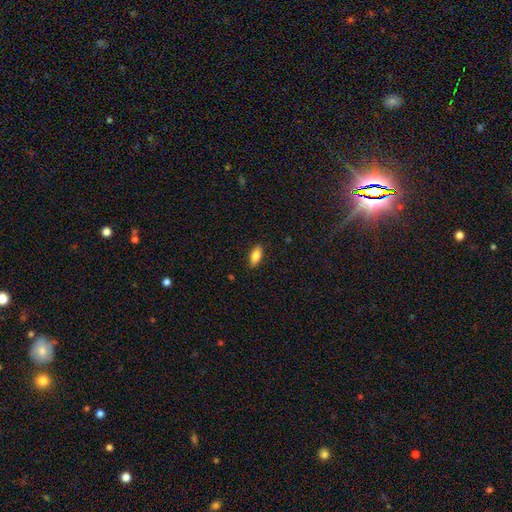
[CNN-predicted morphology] Smooth or featured? smooth (82%)
How rounded? in between (85%)
Merging? none (87%)